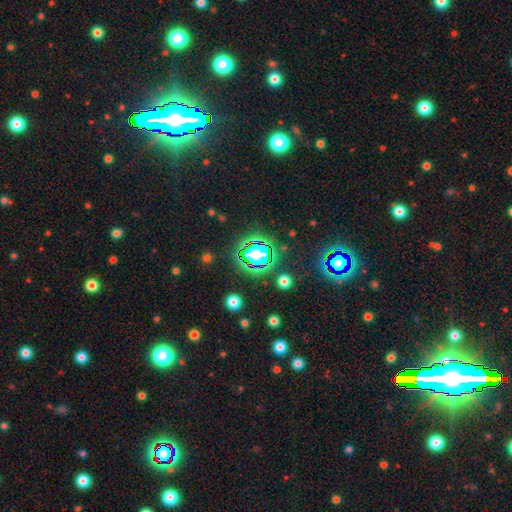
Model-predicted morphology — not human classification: The model was most divided on "smooth or featured": star or artifact: 81%, smooth: 11%, featured or disk: 8%.